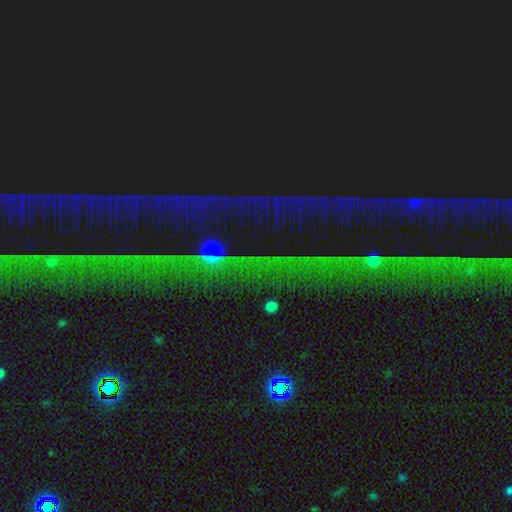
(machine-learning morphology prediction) Overall: star or artifact (82%).